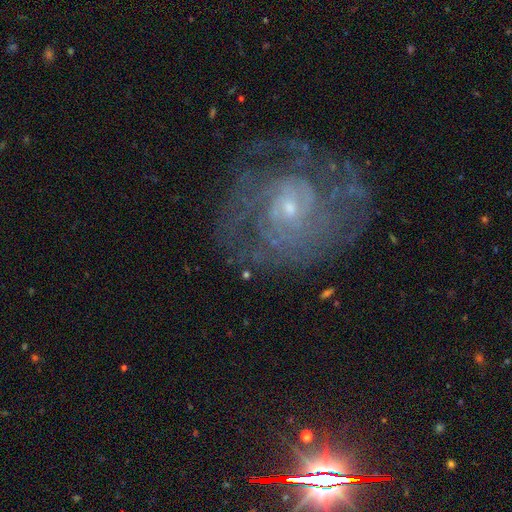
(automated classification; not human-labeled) Q: Smooth or featured?
A: featured or disk (75%); runner-up: star or artifact (14%)
Q: Edge-on disk?
A: no (97%); runner-up: yes (3%)
Q: Bar?
A: no (68%); runner-up: weak (26%)
Q: Spiral arms?
A: yes (83%); runner-up: no (17%)
Q: Spiral winding?
A: tight (61%); runner-up: medium (29%)
Q: Spiral arm count?
A: can't tell (47%); runner-up: 2 (21%)
Q: Bulge size?
A: small (76%); runner-up: moderate (18%)
Q: Merging?
A: none (70%); runner-up: minor disturbance (16%)